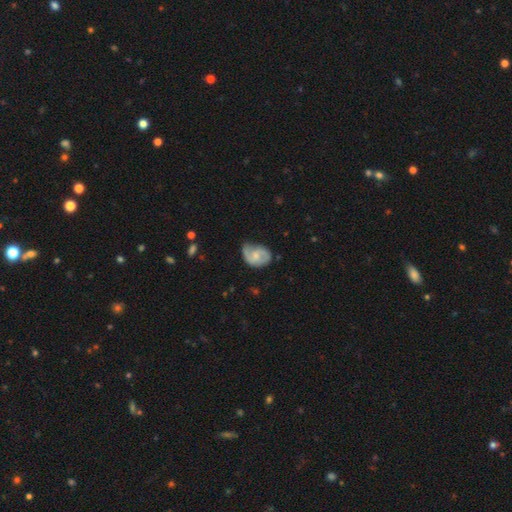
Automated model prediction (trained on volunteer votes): featured or disk 68%, smooth 26%, star or artifact 6%. Down the decision tree: edge-on disk — no (97%); bar — no (52%); spiral arms — yes (91%); spiral arm count — 2 (76%); spiral winding — medium (47%); bulge size — small (48%); merging — none (58%).